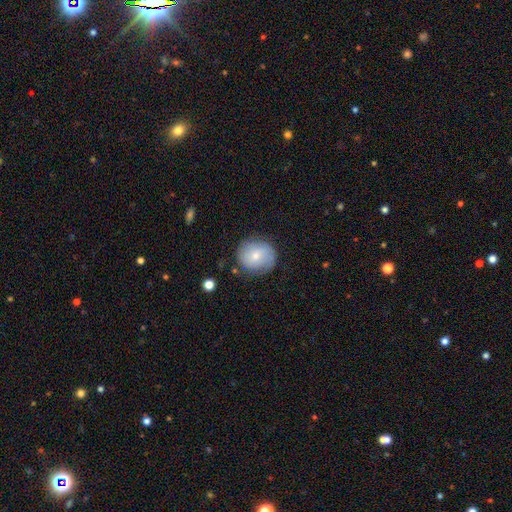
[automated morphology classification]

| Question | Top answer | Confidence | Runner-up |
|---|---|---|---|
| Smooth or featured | smooth | 64% | featured or disk (28%) |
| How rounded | round | 85% | in between (14%) |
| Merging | none | 76% | minor disturbance (17%) |